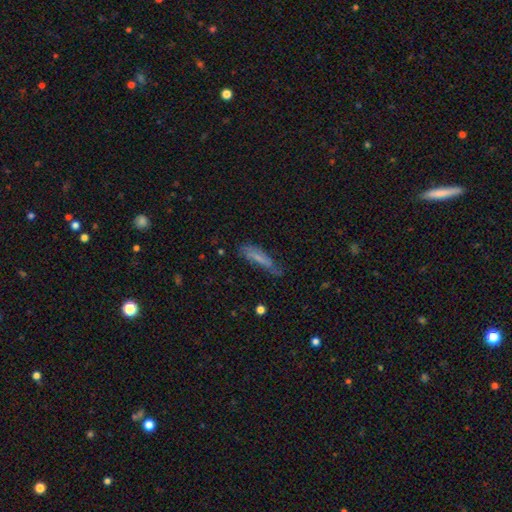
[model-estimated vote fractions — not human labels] Q: Smooth or featured?
A: smooth (57%); runner-up: featured or disk (34%)
Q: How rounded?
A: cigar-shaped (68%); runner-up: in between (30%)
Q: Merging?
A: none (53%); runner-up: minor disturbance (31%)